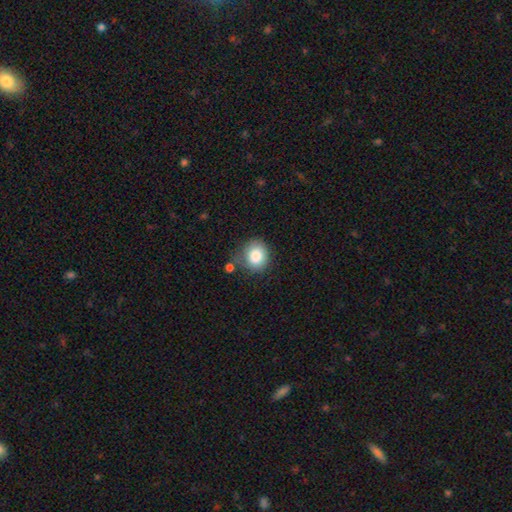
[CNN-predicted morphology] A smooth galaxy with no disk features (85%) that is round (72%). Merging: none (64%).